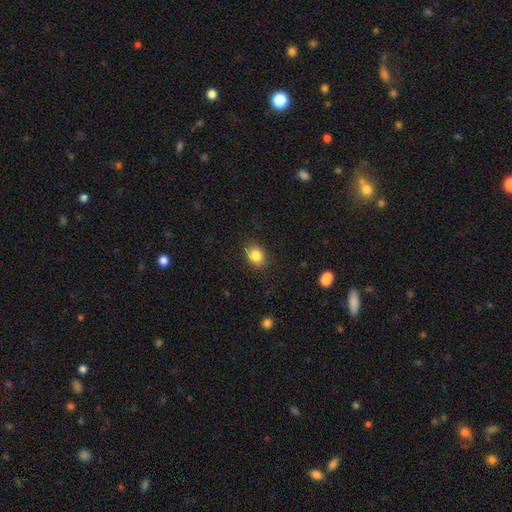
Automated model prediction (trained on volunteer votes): A smooth galaxy with no disk features (85%) that is in between round and cigar-shaped (50%). Merging: none (85%).